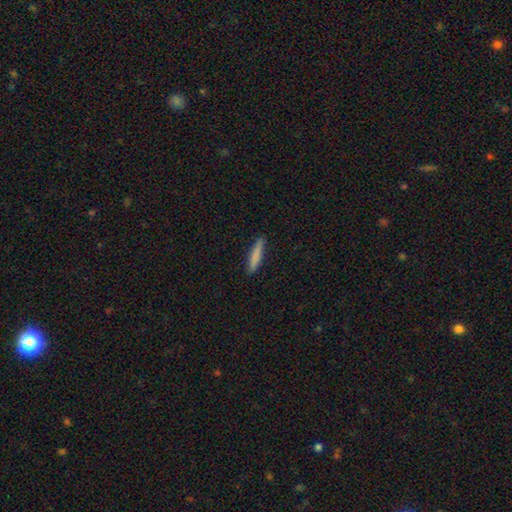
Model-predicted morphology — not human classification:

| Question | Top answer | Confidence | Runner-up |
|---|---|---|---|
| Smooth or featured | smooth | 81% | featured or disk (13%) |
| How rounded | cigar-shaped | 89% | in between (10%) |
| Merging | none | 87% | minor disturbance (10%) |